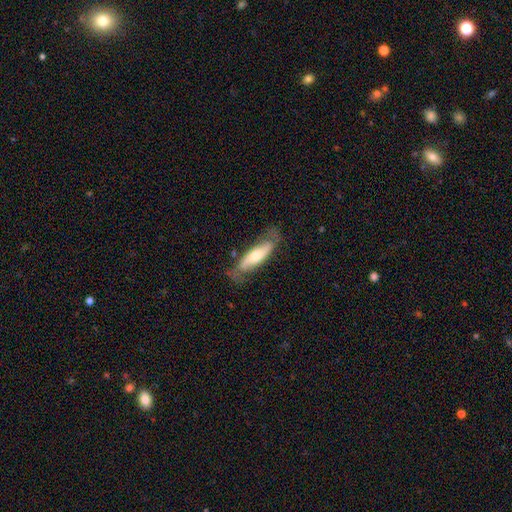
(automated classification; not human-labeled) Q: Smooth or featured?
A: featured or disk (54%); runner-up: smooth (39%)
Q: Edge-on disk?
A: no (67%); runner-up: yes (33%)
Q: Merging?
A: none (66%); runner-up: minor disturbance (23%)